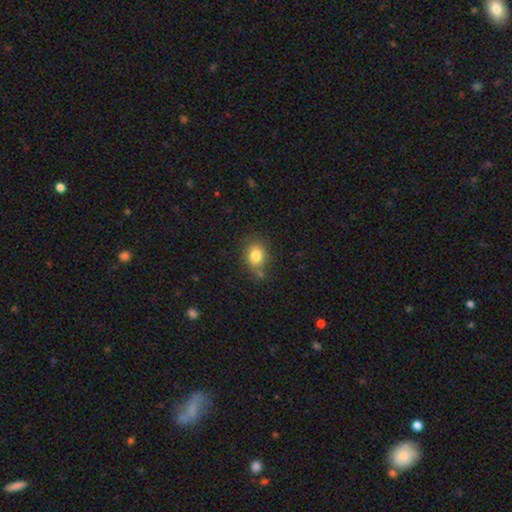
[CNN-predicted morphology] Smooth or featured?
  - smooth: 82% *
  - star or artifact: 10%
  - featured or disk: 8%
How rounded?
  - round: 54% *
  - in between: 45%
  - cigar-shaped: 1%
Merging?
  - none: 68% *
  - minor disturbance: 19%
  - merger: 8%
  - major disturbance: 5%